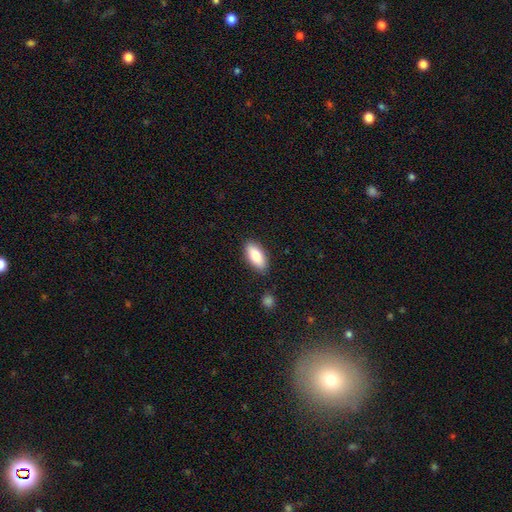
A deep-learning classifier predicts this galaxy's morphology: A smooth galaxy with no disk features (83%) that is in between round and cigar-shaped (85%). Merging: none (85%).